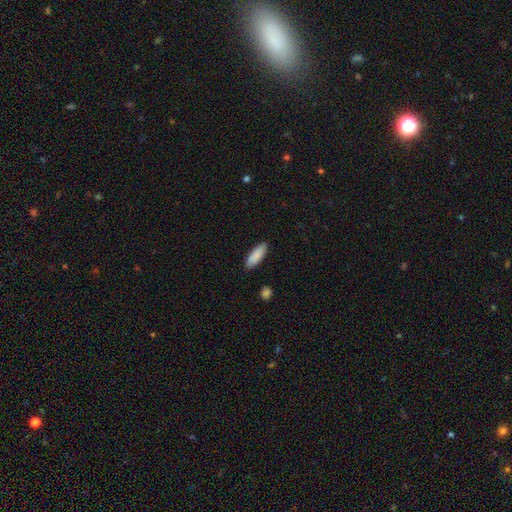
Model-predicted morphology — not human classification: Smooth or featured?
  - smooth: 88% *
  - featured or disk: 6%
  - star or artifact: 6%
How rounded?
  - in between: 59% *
  - cigar-shaped: 40%
  - round: 2%
Merging?
  - none: 86% *
  - minor disturbance: 11%
  - major disturbance: 2%
  - merger: 2%